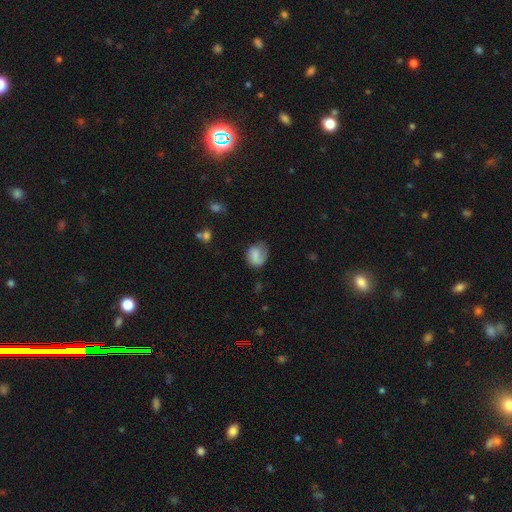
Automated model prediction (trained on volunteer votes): smooth-or-featured: smooth: 61% | featured or disk: 30% | star or artifact: 8%
  how-rounded: round: 55% | in between: 44% | cigar-shaped: 1%
  merging: none: 53% | minor disturbance: 28% | major disturbance: 17% | merger: 2%